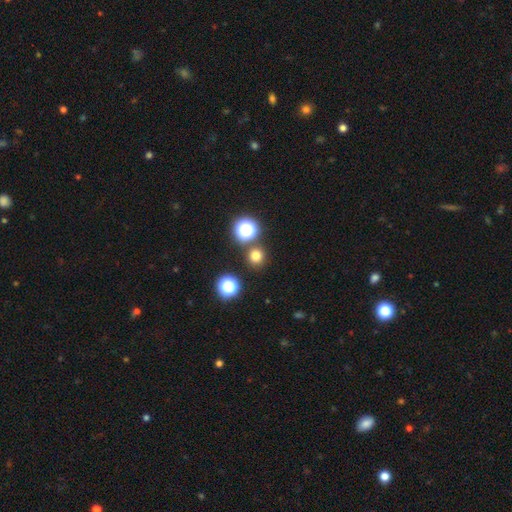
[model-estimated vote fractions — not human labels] The model was most divided on "smooth or featured": smooth: 72%, star or artifact: 22%, featured or disk: 6%. More confident: how rounded — round (92%); merging — none (84%).